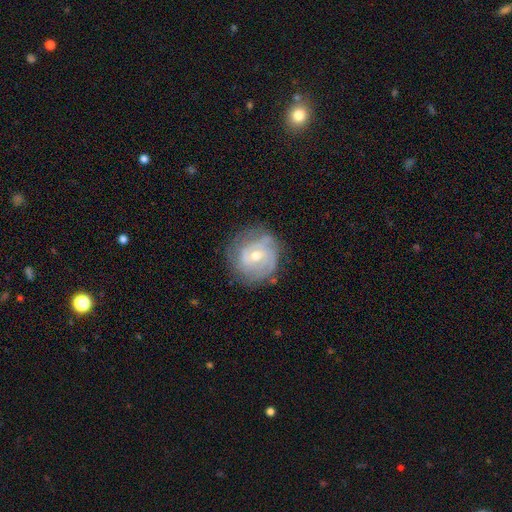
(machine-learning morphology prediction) featured or disk 76%, smooth 17%, star or artifact 7%. Down the decision tree: edge-on disk — no (97%); bar — no (54%); spiral arms — yes (89%); spiral arm count — can't tell (35%); spiral winding — tight (59%); bulge size — moderate (54%); merging — none (73%).